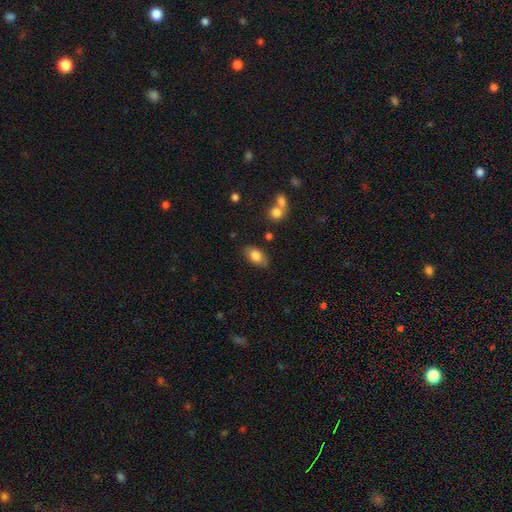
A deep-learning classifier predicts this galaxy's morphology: Smooth or featured? smooth (81%)
How rounded? in between (91%)
Merging? none (80%)